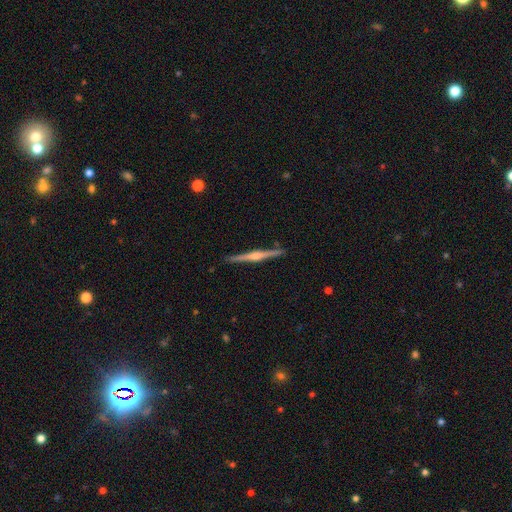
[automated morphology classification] A featured or disk galaxy (83%) viewed edge-on (99%) with a rounded central bulge (84%).

Vote fractions:
- Smooth or featured? featured or disk: 83% / smooth: 12% / star or artifact: 5%
- Edge-on disk? yes: 99% / no: 1%
- Edge-on bulge? rounded: 84% / boxy: 9% / none: 7%
- Merging? none: 91% / minor disturbance: 6% / major disturbance: 1% / merger: 1%